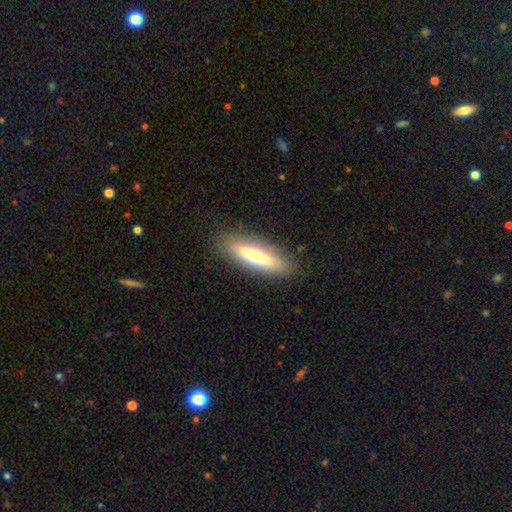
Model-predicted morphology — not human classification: Smooth or featured? smooth (57%)
How rounded? cigar-shaped (64%)
Merging? none (86%)